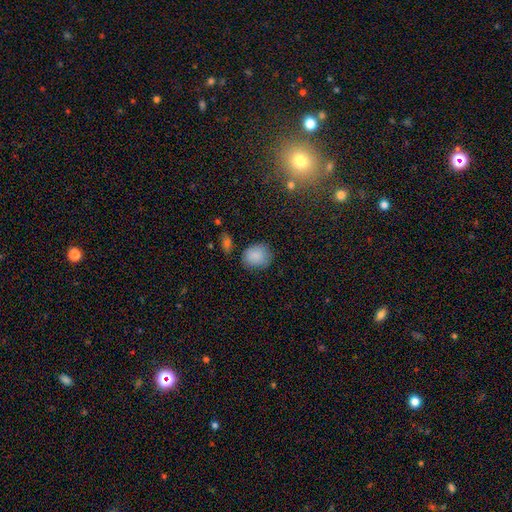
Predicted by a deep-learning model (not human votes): The model was most divided on "how rounded": round: 69%, in between: 30%, cigar-shaped: 1%. More confident: smooth or featured — smooth (86%); merging — none (74%).